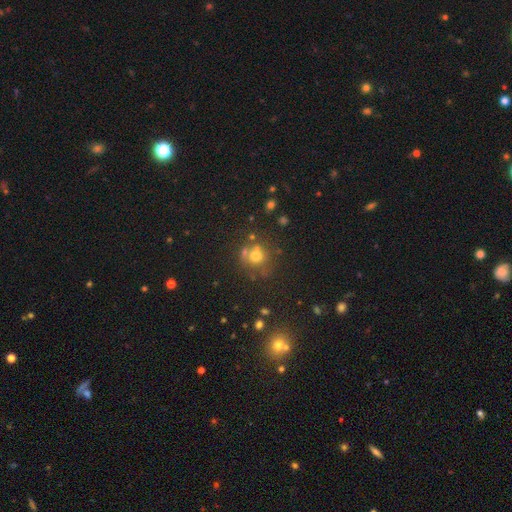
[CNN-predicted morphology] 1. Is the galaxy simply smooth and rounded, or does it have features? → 65% smooth, 20% star or artifact, 15% featured or disk.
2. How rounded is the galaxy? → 86% round, 13% in between, 1% cigar-shaped.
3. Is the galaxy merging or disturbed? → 61% none, 21% merger, 13% minor disturbance, 6% major disturbance.